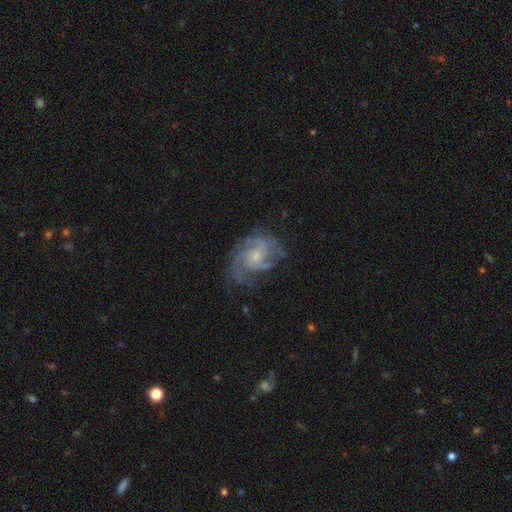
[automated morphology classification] This appears to be a featured or disk galaxy (83%) with no bar (67%), 3 (32%) medium (46%) spiral arms (94%) and a small central bulge (59%). Merging: none (62%).